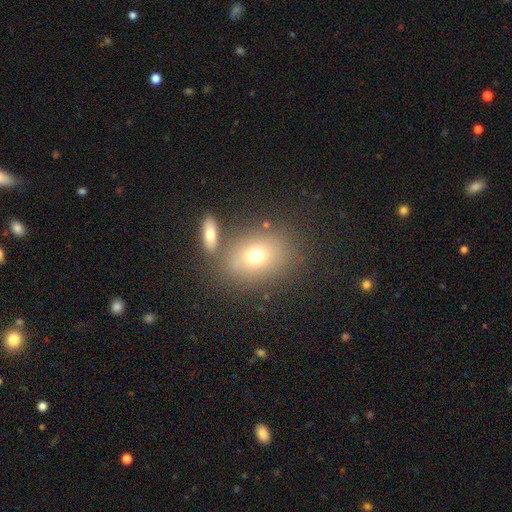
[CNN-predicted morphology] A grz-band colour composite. It shows a smooth galaxy with no disk features (70%) that is in between round and cigar-shaped (60%). Merging: none (68%).